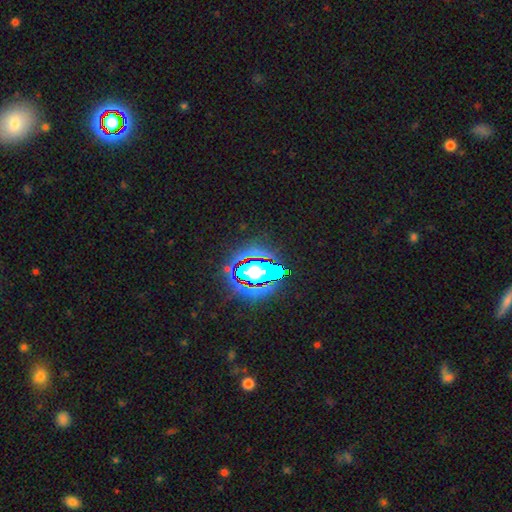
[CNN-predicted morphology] type=star or artifact (82%).